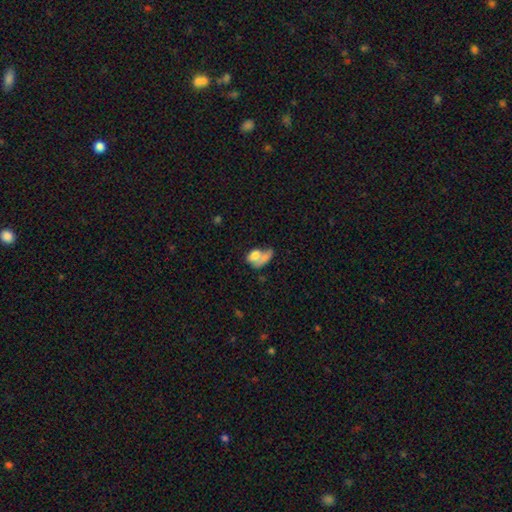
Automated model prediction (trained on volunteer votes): Smooth or featured? smooth (70%)
How rounded? in between (77%)
Merging? merger (53%)